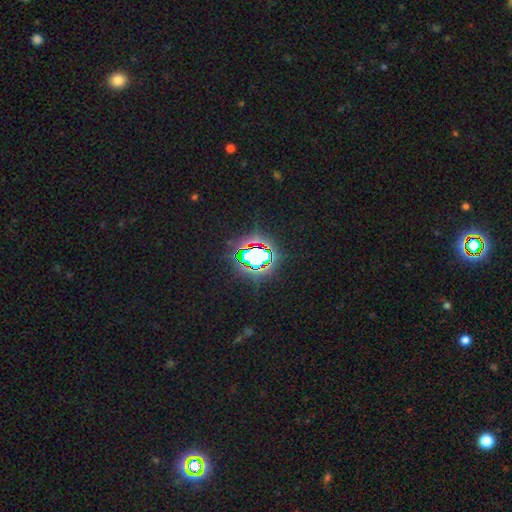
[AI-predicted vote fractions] Smooth or featured? star or artifact (68%)